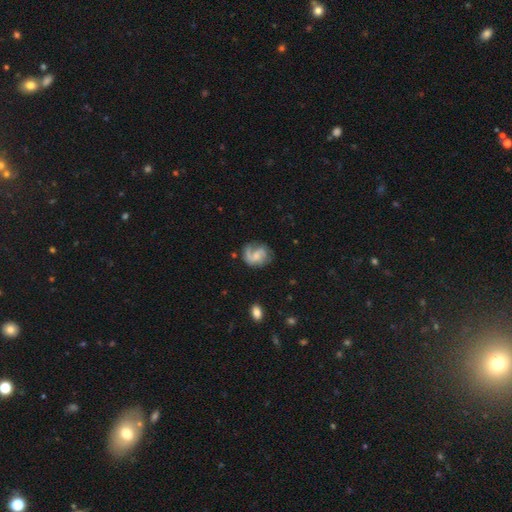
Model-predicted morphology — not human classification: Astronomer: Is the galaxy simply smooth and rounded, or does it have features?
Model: featured or disk — 69%.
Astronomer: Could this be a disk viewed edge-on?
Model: no — 98%.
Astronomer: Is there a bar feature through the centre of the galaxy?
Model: no — 50% (runner-up: weak, 42%).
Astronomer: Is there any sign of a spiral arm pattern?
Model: yes — 90%.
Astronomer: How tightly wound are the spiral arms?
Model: medium — 44% (runner-up: loose, 32%).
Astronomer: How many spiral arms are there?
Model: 2 — 52%.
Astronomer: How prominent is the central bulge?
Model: small — 47% (runner-up: moderate, 25%).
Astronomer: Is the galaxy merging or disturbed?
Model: none — 57%.